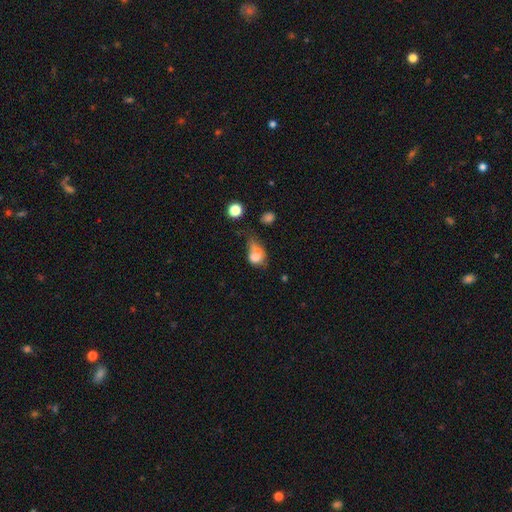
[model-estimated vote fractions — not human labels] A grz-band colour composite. It shows a smooth galaxy with no disk features (67%) that is in between round and cigar-shaped (62%). Merging: major disturbance (33%).